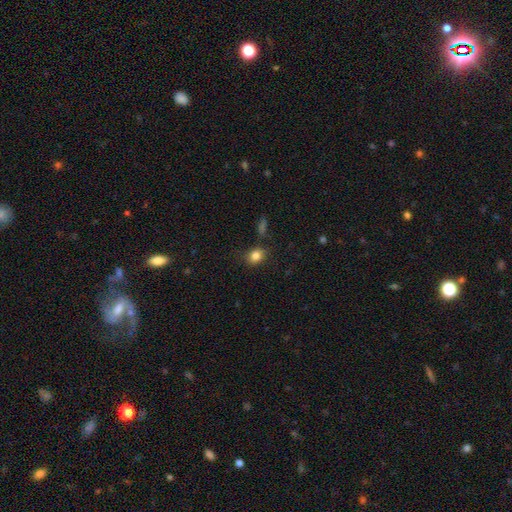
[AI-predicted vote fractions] A smooth galaxy with no disk features (84%) that is in between round and cigar-shaped (50%).

Vote fractions:
- Smooth or featured? smooth: 84% / star or artifact: 11% / featured or disk: 6%
- How rounded? in between: 50% / round: 49% / cigar-shaped: 1%
- Merging? none: 78% / minor disturbance: 14% / major disturbance: 4% / merger: 4%